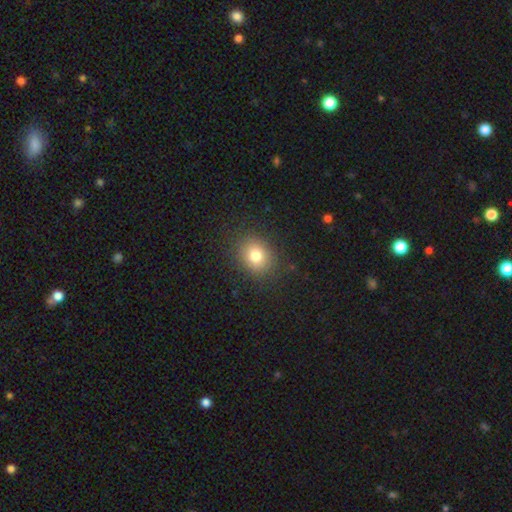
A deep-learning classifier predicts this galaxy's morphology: A smooth galaxy with no disk features (79%) that is round (65%).

Vote fractions:
- Smooth or featured? smooth: 79% / star or artifact: 12% / featured or disk: 9%
- How rounded? round: 65% / in between: 34% / cigar-shaped: 1%
- Merging? none: 87% / minor disturbance: 9% / major disturbance: 3% / merger: 1%